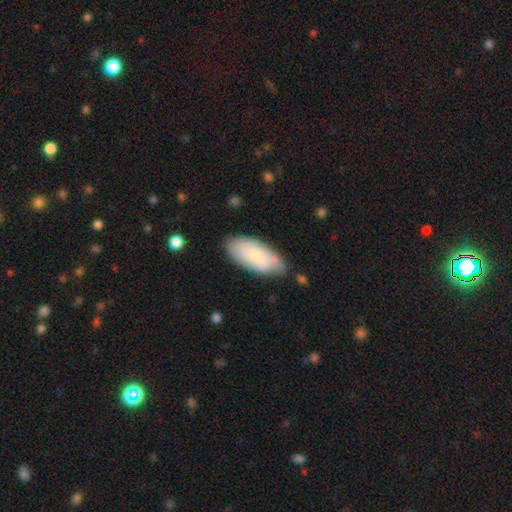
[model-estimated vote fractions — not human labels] A smooth galaxy with no disk features (68%) that is in between round and cigar-shaped (89%). Merging: none (73%).